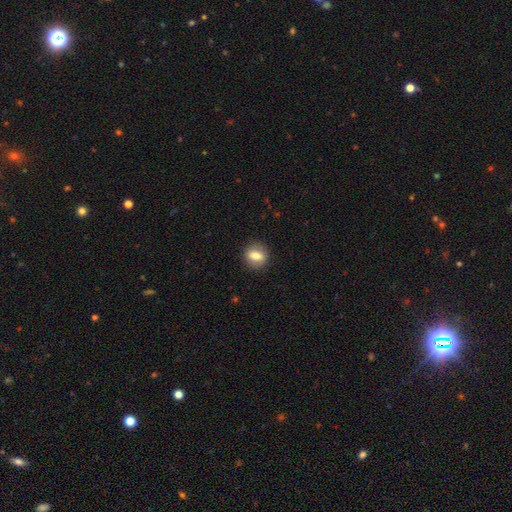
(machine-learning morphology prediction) Q: Smooth or featured?
A: smooth (73%); runner-up: featured or disk (19%)
Q: How rounded?
A: round (56%); runner-up: in between (40%)
Q: Merging?
A: none (88%); runner-up: minor disturbance (8%)